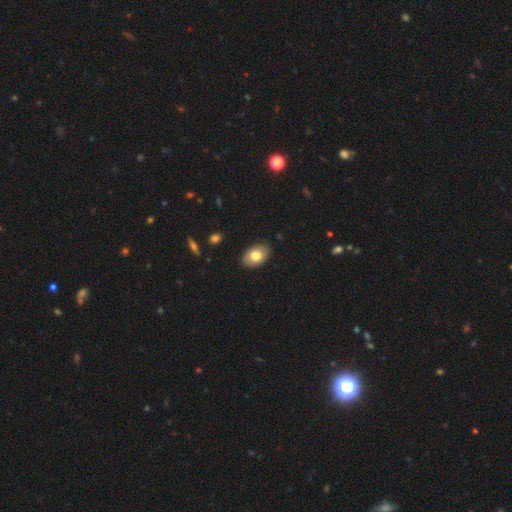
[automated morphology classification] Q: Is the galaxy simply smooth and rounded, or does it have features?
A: smooth — 78%.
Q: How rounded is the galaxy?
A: in between — 88%.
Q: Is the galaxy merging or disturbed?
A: none — 87%.